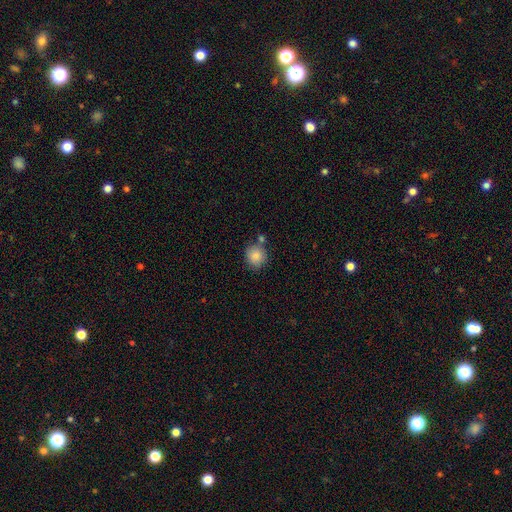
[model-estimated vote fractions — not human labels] A smooth galaxy with no disk features (85%) that is round (85%).

Vote fractions:
- Smooth or featured? smooth: 85% / star or artifact: 9% / featured or disk: 6%
- How rounded? round: 85% / in between: 14% / cigar-shaped: 1%
- Merging? none: 73% / minor disturbance: 12% / merger: 12% / major disturbance: 3%